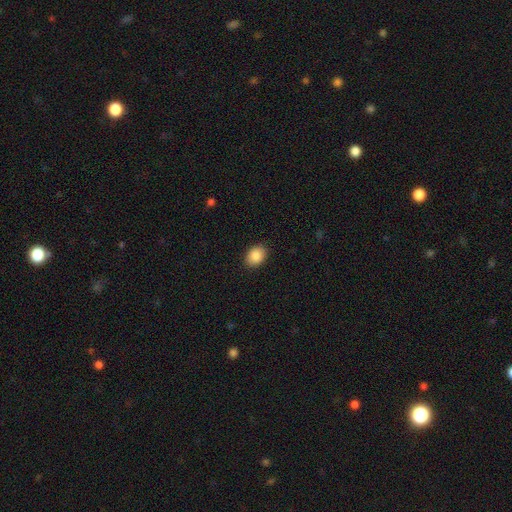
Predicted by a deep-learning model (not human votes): The model was most divided on "how rounded": in between: 69%, round: 30%, cigar-shaped: 1%. More confident: merging — none (89%); smooth or featured — smooth (88%).